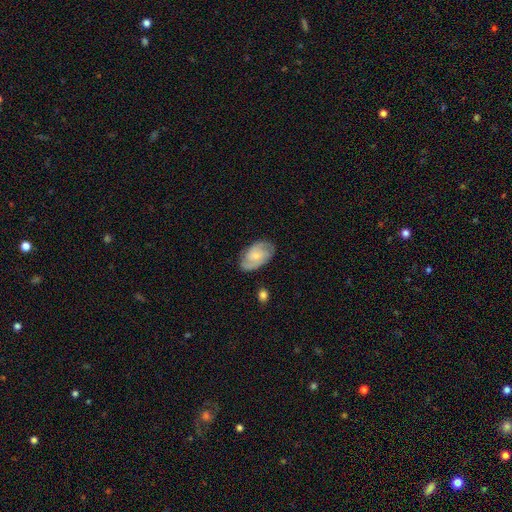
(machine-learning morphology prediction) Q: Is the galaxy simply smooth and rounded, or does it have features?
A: featured or disk — 69%.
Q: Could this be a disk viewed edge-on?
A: no — 96%.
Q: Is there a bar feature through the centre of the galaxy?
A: no — 57%.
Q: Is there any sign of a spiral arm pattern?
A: yes — 93%.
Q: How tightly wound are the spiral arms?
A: medium — 44%, tied with tight.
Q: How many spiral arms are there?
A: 2 — 60%.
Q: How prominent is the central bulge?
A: small — 61%.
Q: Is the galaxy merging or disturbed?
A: none — 79%.